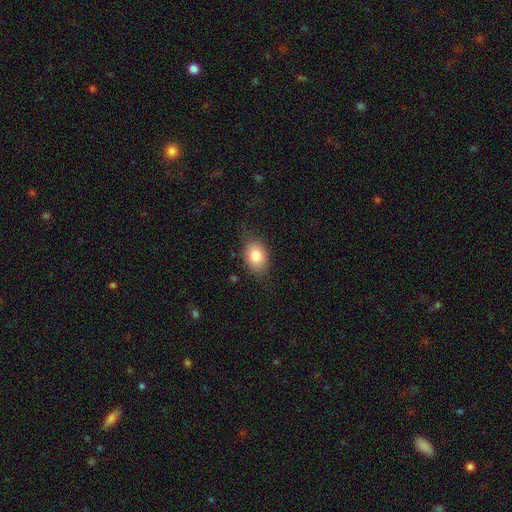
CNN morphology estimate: smooth 82%, featured or disk 11%, star or artifact 8%. Down the decision tree: how rounded — in between (78%); merging — none (73%).